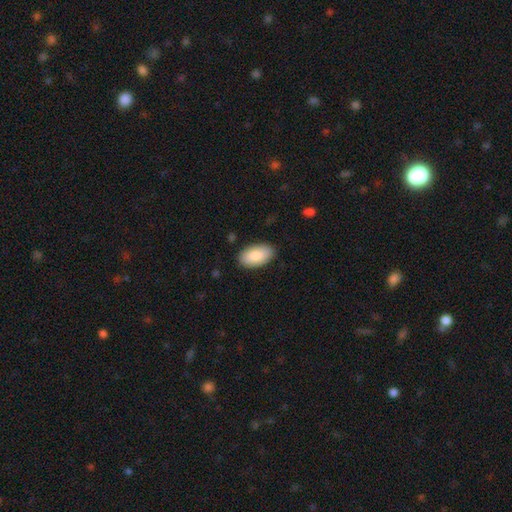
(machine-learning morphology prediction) Smooth or featured: smooth — 87% (featured or disk — 7%)
How rounded: in between — 96% (round — 3%)
Merging: none — 87% (minor disturbance — 9%)